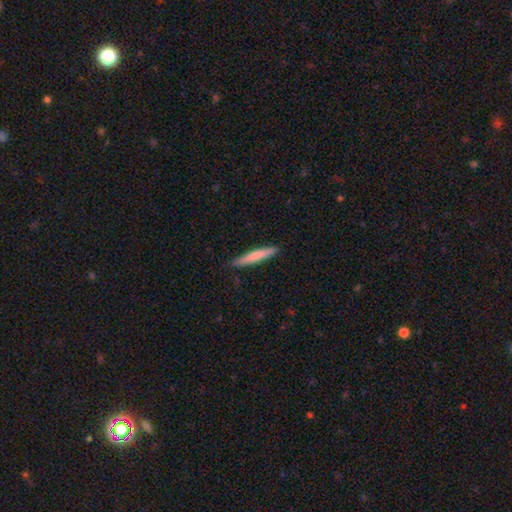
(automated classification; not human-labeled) Smooth or featured? smooth (73%)
How rounded? cigar-shaped (94%)
Merging? none (88%)